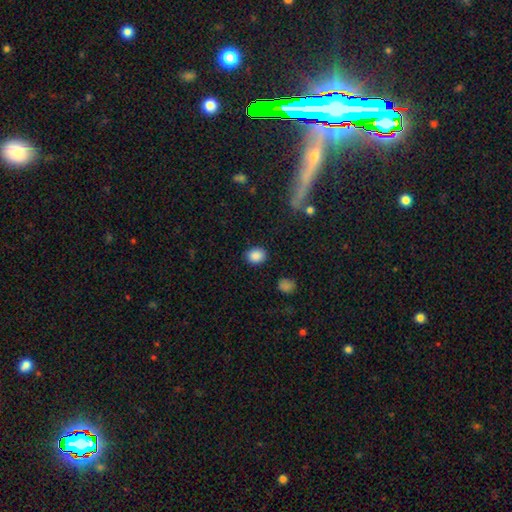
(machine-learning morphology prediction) A smooth galaxy with no disk features (87%) that is round (51%).

Vote fractions:
- Smooth or featured? smooth: 87% / star or artifact: 9% / featured or disk: 4%
- How rounded? round: 51% / in between: 48% / cigar-shaped: 1%
- Merging? none: 87% / minor disturbance: 9% / major disturbance: 3% / merger: 2%